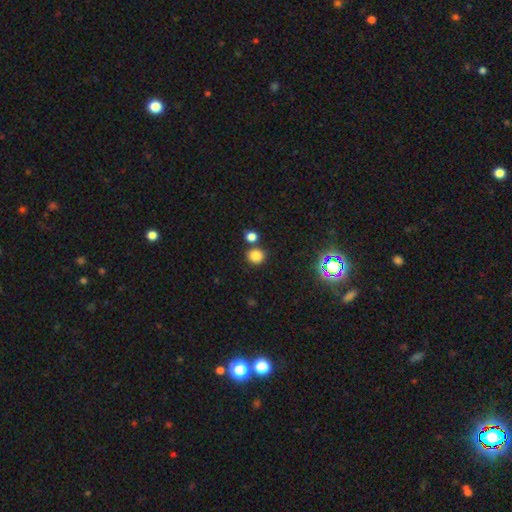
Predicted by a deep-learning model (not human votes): A smooth galaxy with no disk features (81%) that is round (86%). Merging: none (75%).